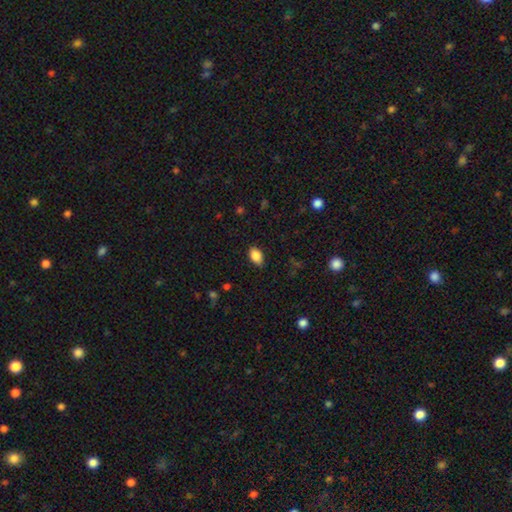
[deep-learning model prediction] smooth-or-featured: smooth: 87% | star or artifact: 8% | featured or disk: 5%
  how-rounded: in between: 88% | round: 11% | cigar-shaped: 2%
  merging: none: 83% | minor disturbance: 14% | major disturbance: 3% | merger: 1%